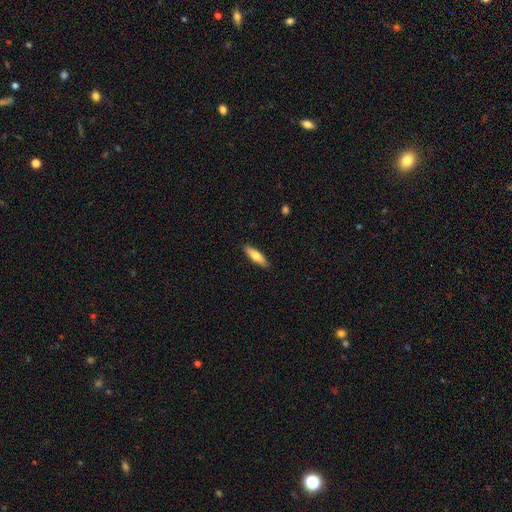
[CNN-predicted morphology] Overall: smooth (71%). How rounded: cigar-shaped (59%; in between 39%). Merging: none (89%).